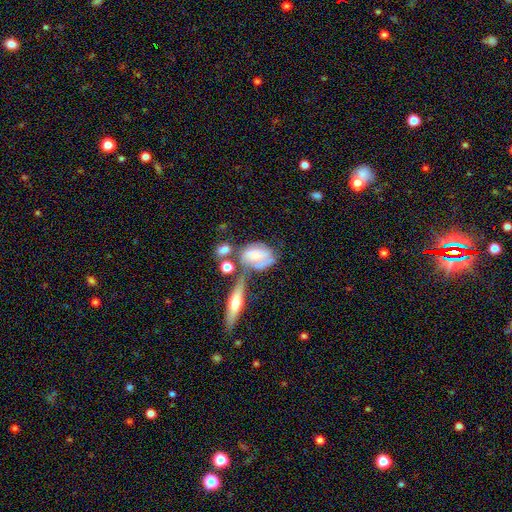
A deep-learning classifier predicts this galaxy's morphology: Smooth or featured? Predicted: featured or disk (p=0.51). Edge-on disk? Predicted: no (p=0.84). Merging? Predicted: none (p=0.33).